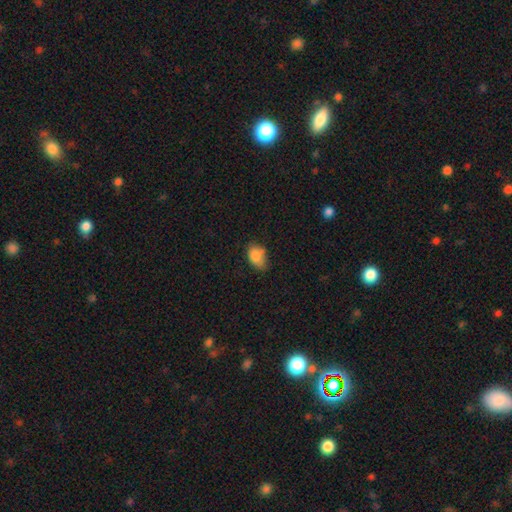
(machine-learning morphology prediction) Smooth or featured? smooth (82%)
How rounded? in between (84%)
Merging? none (50%)